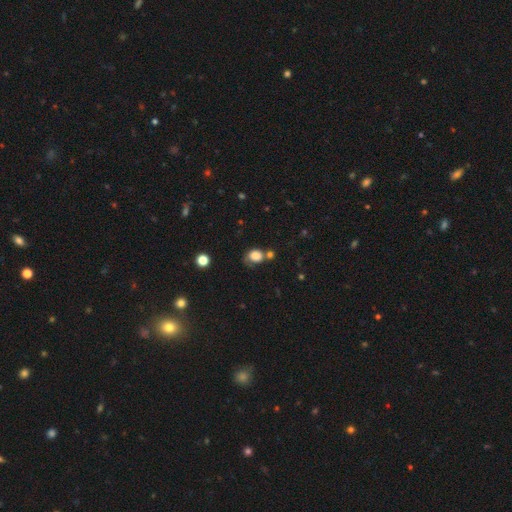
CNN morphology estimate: Smooth or featured: smooth — 79% (star or artifact — 11%)
How rounded: round — 58% (in between — 41%)
Merging: none — 44% (minor disturbance — 25%)